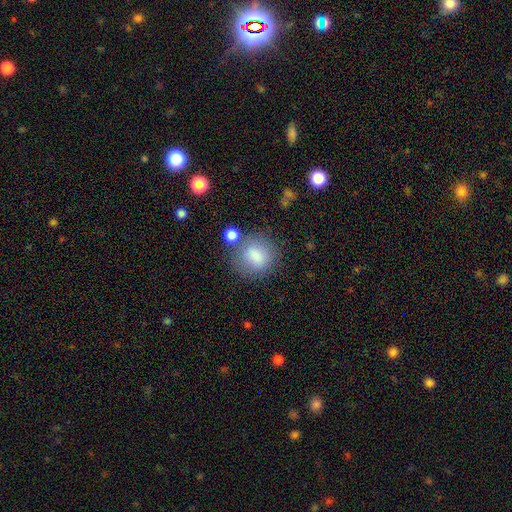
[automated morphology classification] Q: Smooth or featured?
A: smooth (81%); runner-up: featured or disk (10%)
Q: How rounded?
A: round (81%); runner-up: in between (18%)
Q: Merging?
A: none (63%); runner-up: minor disturbance (17%)